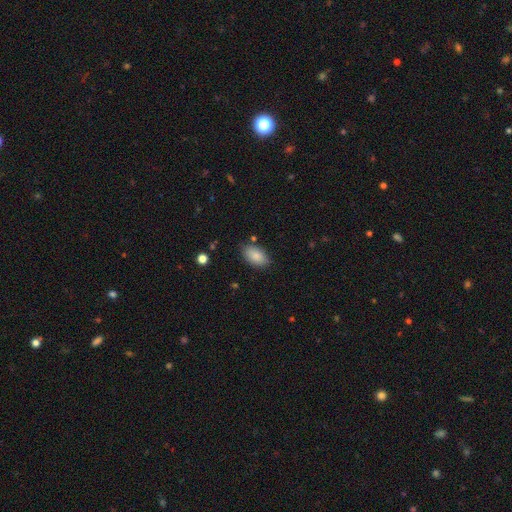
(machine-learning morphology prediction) smooth 86%, star or artifact 7%, featured or disk 7%. Down the decision tree: how rounded — in between (93%); merging — none (82%).